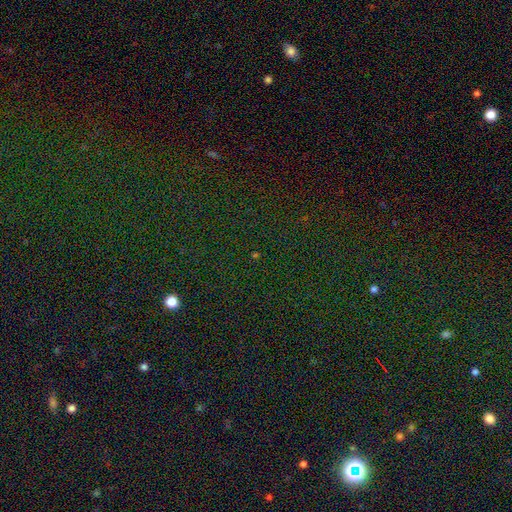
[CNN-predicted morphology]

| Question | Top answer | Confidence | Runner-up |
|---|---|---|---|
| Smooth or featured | star or artifact | 72% | smooth (21%) |